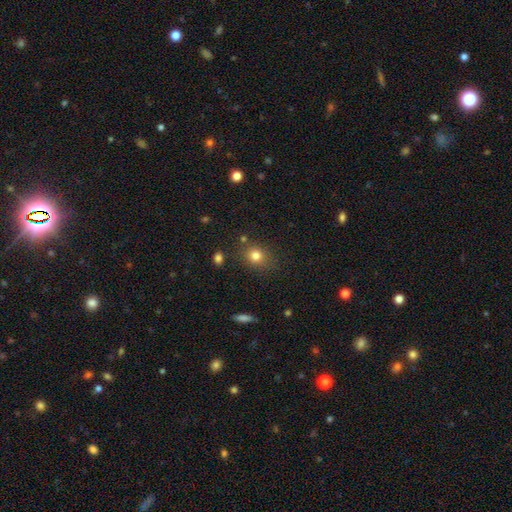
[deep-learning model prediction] Q: Smooth or featured?
A: smooth (79%); runner-up: star or artifact (13%)
Q: How rounded?
A: round (72%); runner-up: in between (27%)
Q: Merging?
A: none (79%); runner-up: minor disturbance (12%)